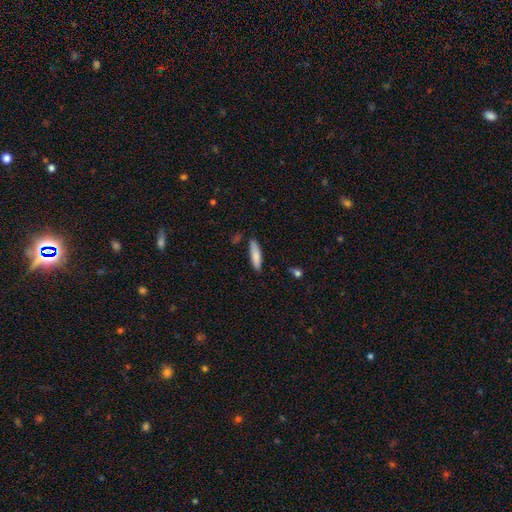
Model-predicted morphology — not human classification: A smooth galaxy with no disk features (82%) that is cigar-shaped (71%). Merging: none (83%).